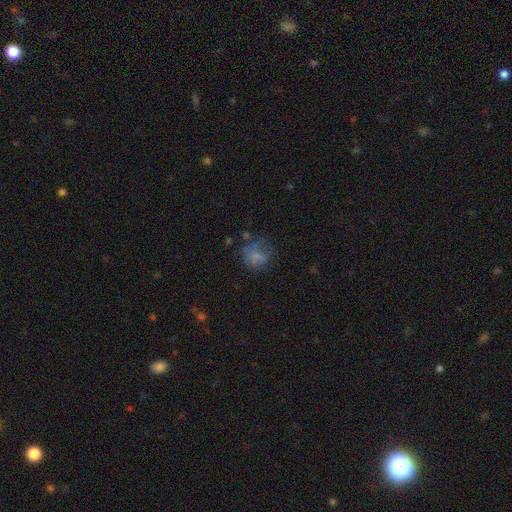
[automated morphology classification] type=smooth (67%); roundness=round (72%); merging=none (47%).